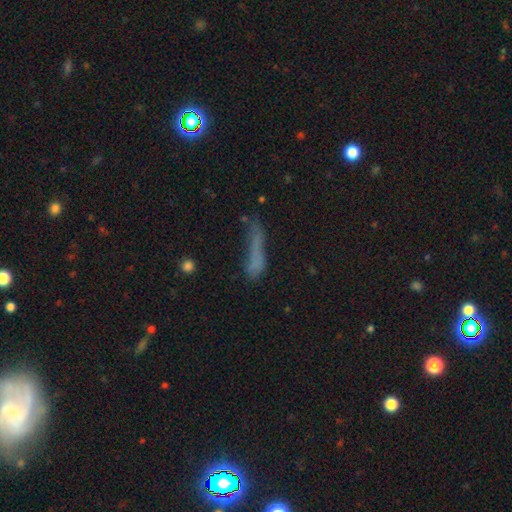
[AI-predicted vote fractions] A smooth galaxy with no disk features (61%) that is cigar-shaped (78%).

Vote fractions:
- Smooth or featured? smooth: 61% / featured or disk: 21% / star or artifact: 18%
- How rounded? cigar-shaped: 78% / in between: 18% / round: 4%
- Merging? none: 44% / minor disturbance: 25% / major disturbance: 24% / merger: 8%